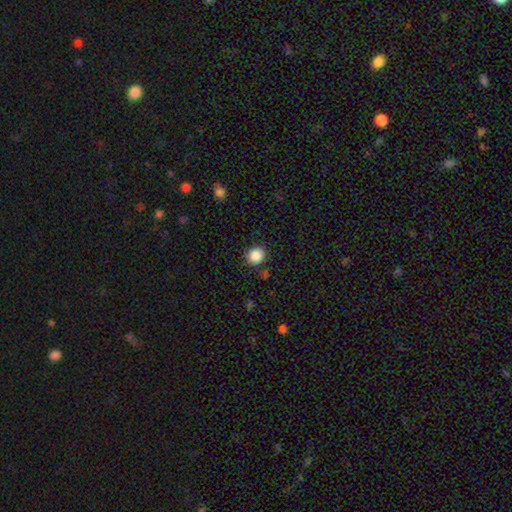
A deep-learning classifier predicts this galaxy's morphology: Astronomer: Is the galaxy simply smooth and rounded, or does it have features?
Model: smooth — 87%.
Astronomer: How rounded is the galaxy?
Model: round — 88%.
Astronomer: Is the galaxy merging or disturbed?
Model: none — 88%.